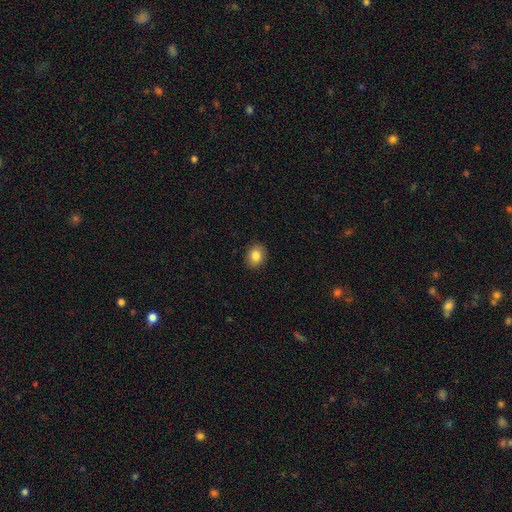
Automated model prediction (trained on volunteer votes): Smooth or featured: smooth — 84% (star or artifact — 9%)
How rounded: round — 50% (in between — 49%)
Merging: none — 90% (minor disturbance — 7%)